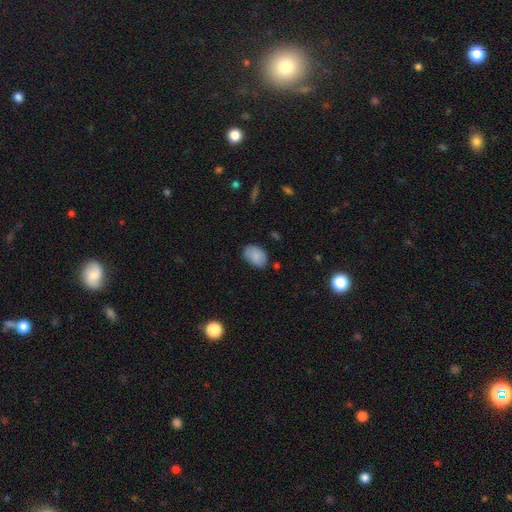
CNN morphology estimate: A smooth galaxy with no disk features (83%) that is in between round and cigar-shaped (84%).

Vote fractions:
- Smooth or featured? smooth: 83% / featured or disk: 9% / star or artifact: 7%
- How rounded? in between: 84% / round: 15% / cigar-shaped: 1%
- Merging? none: 79% / minor disturbance: 16% / major disturbance: 3% / merger: 2%